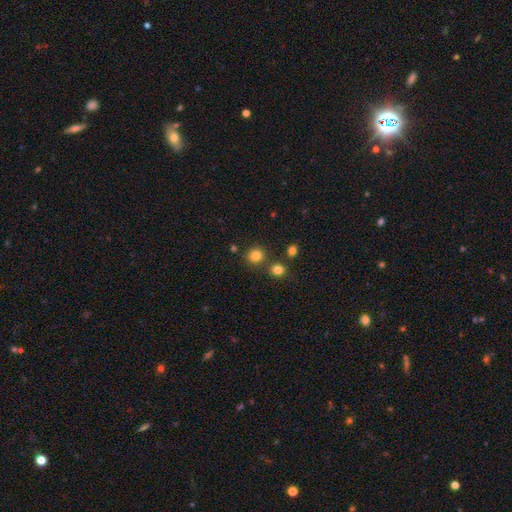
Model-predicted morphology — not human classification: type=smooth (82%); roundness=round (88%); merging=none (81%).